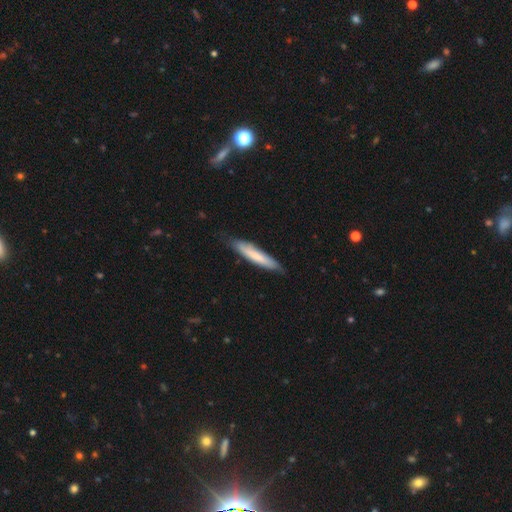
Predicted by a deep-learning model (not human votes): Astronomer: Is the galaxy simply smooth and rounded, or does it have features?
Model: smooth — 71%.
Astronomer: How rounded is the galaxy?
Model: cigar-shaped — 88%.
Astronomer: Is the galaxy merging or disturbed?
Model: none — 80%.